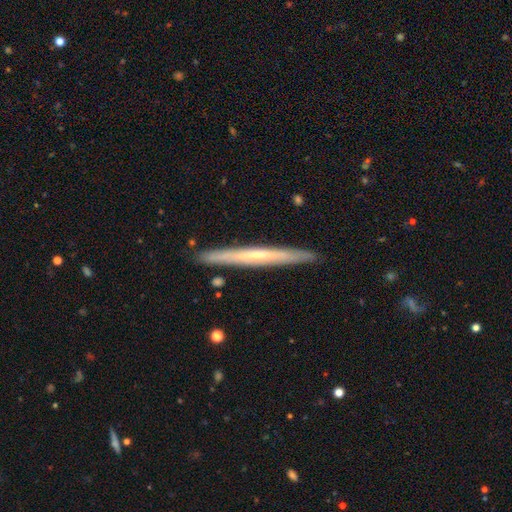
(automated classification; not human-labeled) Morphology: type=featured or disk (59%); edge-on=yes (96%); edge-on bulge=none (69%); merging=none (91%).